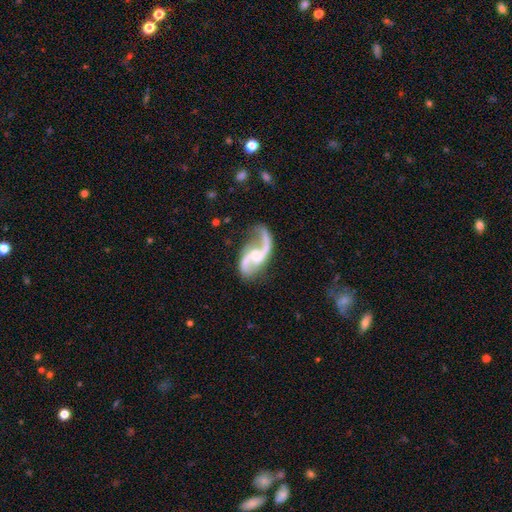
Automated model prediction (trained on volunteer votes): smooth-or-featured: featured or disk: 92% | star or artifact: 4% | smooth: 4%
  disk-edge-on: no: 98% | yes: 2%
    bar: no: 43% | weak: 42% | strong: 15%
    has-spiral-arms: yes: 97% | no: 3%
      spiral-winding: loose: 70% | medium: 25% | tight: 5%
      spiral-arm-count: 2: 93% | 1: 3% | can't tell: 1% | 3: 1% | 4: 1% | more than 4: 1%
    bulge-size: moderate: 44% | small: 39% | none: 10% | large: 5% | dominant: 1%
  merging: none: 68% | minor disturbance: 17% | major disturbance: 11% | merger: 4%